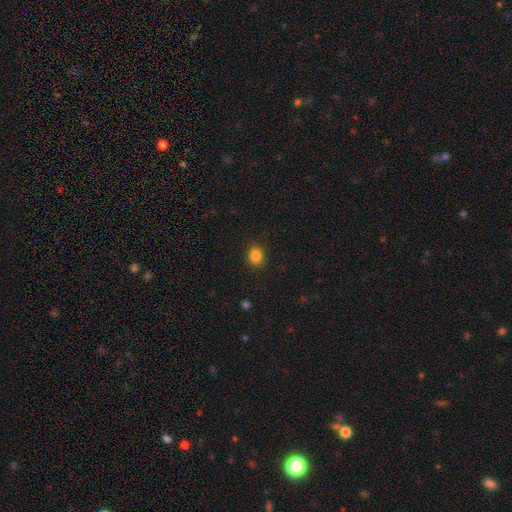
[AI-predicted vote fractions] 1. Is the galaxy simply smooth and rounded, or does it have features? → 85% smooth, 11% star or artifact, 4% featured or disk.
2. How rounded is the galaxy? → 67% round, 32% in between, 1% cigar-shaped.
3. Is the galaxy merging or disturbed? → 90% none, 7% minor disturbance, 2% major disturbance, 1% merger.